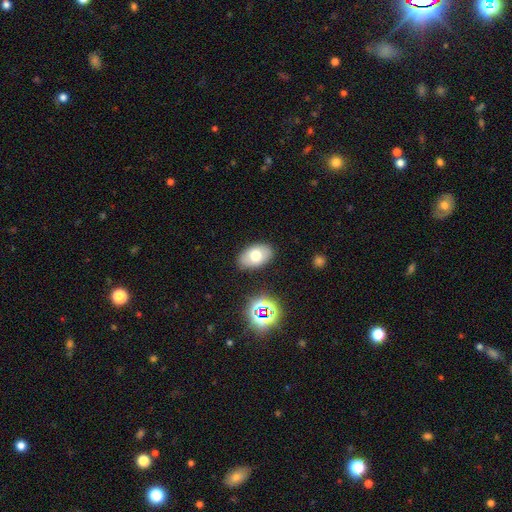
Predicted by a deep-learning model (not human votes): Morphology: type=smooth (67%); roundness=in between (89%); merging=none (86%).